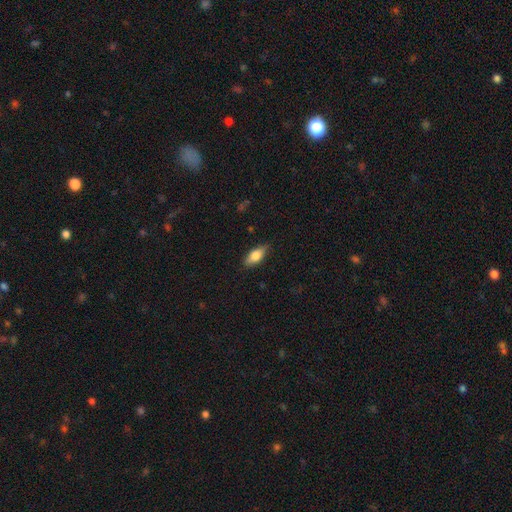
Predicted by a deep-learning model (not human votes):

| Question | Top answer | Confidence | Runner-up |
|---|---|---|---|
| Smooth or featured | smooth | 76% | featured or disk (18%) |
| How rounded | in between | 81% | cigar-shaped (16%) |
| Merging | none | 83% | minor disturbance (13%) |